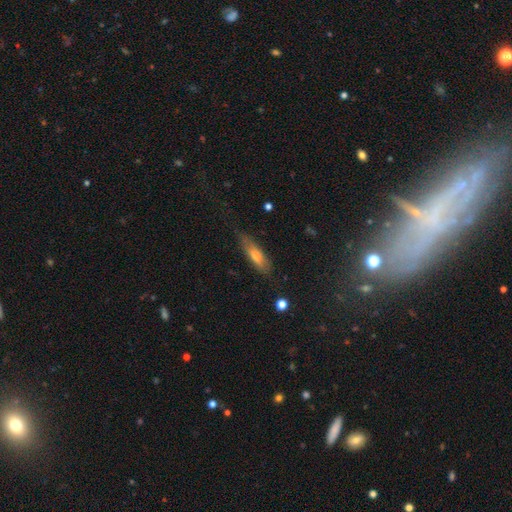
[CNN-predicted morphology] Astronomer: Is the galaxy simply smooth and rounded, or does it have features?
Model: smooth — 60%.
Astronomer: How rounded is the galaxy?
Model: cigar-shaped — 57% (runner-up: in between, 40%).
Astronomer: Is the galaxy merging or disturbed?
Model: none — 67%.